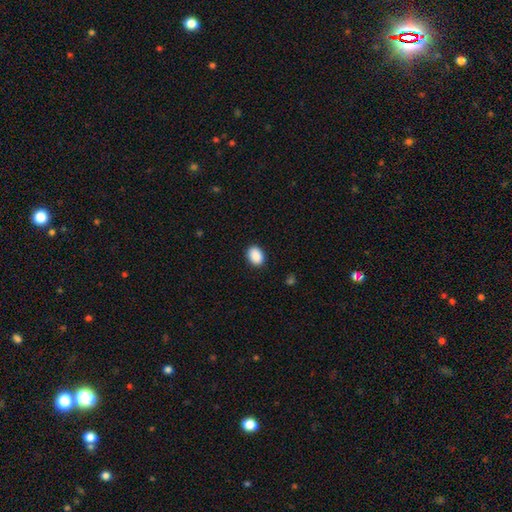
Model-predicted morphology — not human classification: A smooth galaxy with no disk features (90%) that is in between round and cigar-shaped (73%). Merging: none (89%).